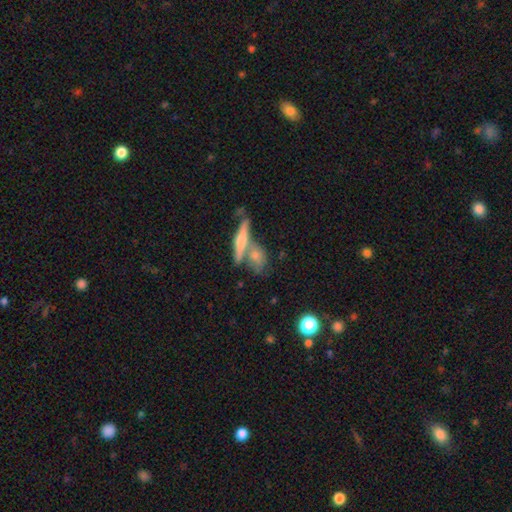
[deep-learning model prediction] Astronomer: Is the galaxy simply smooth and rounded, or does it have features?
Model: smooth — 58% (runner-up: featured or disk, 34%).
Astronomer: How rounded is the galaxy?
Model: in between — 45% (runner-up: cigar-shaped, 34%).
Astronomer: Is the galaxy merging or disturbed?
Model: none — 47% (runner-up: merger, 36%).